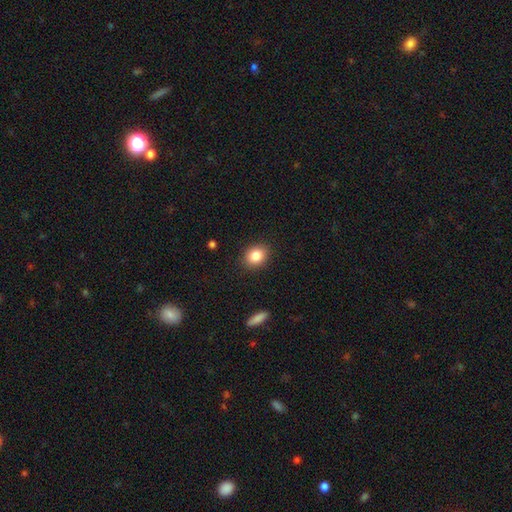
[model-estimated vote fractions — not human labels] smooth_or_featured: smooth (p=0.84) [alt: star or artifact p=0.09]
how_rounded: round (p=0.52) [alt: in between p=0.47]
merging: none (p=0.89) [alt: minor disturbance p=0.08]